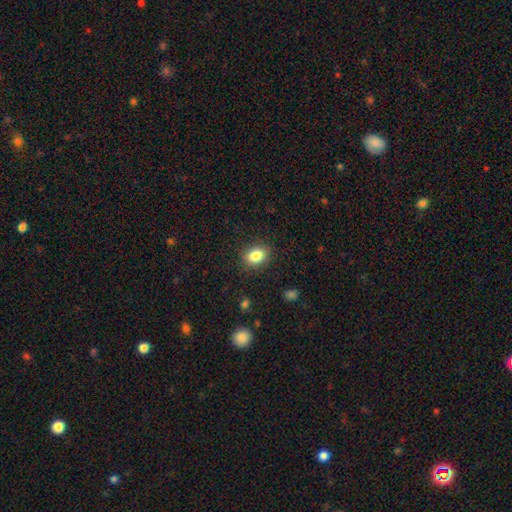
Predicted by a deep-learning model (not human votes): Overall: smooth (85%). How rounded: in between (64%; round 35%). Merging: none (87%).